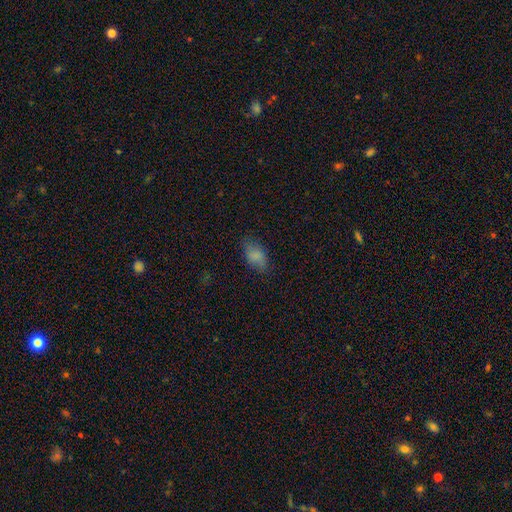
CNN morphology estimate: A smooth galaxy with no disk features (83%) that is in between round and cigar-shaped (92%). Merging: none (76%).